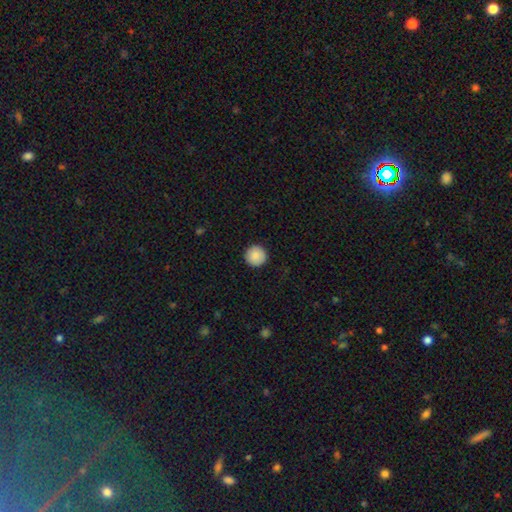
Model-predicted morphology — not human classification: Smooth or featured: smooth — 88% (star or artifact — 7%)
How rounded: round — 96% (in between — 3%)
Merging: none — 93% (minor disturbance — 5%)